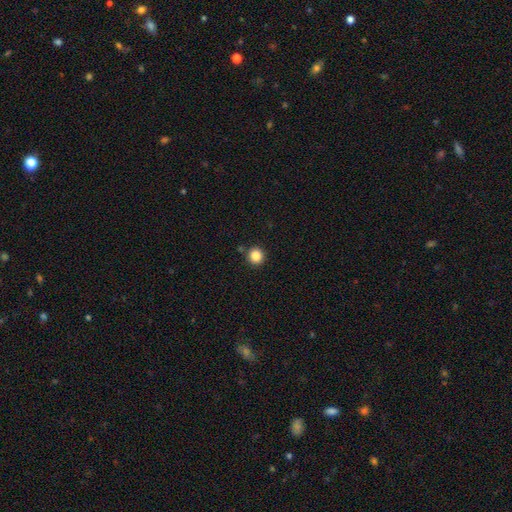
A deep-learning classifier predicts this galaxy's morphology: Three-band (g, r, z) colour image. It shows a smooth galaxy with no disk features (85%) that is round (94%). Merging: none (87%).